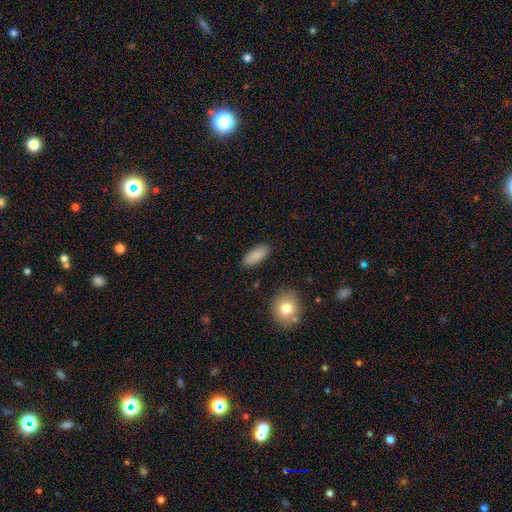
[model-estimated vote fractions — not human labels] Morphology: type=smooth (87%); roundness=in between (85%); merging=none (88%).